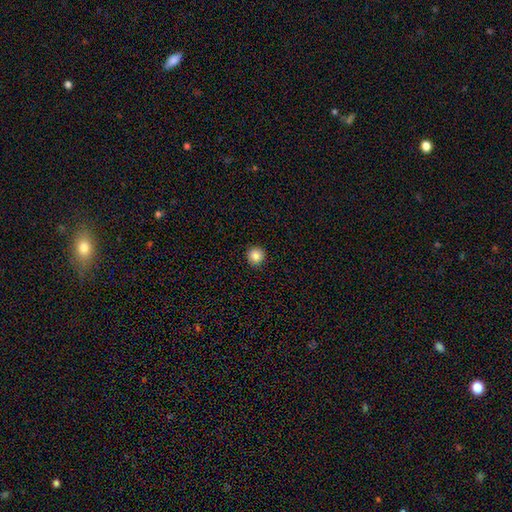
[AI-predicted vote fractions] Q: Smooth or featured?
A: smooth (86%); runner-up: star or artifact (10%)
Q: How rounded?
A: round (95%); runner-up: in between (4%)
Q: Merging?
A: none (92%); runner-up: minor disturbance (5%)